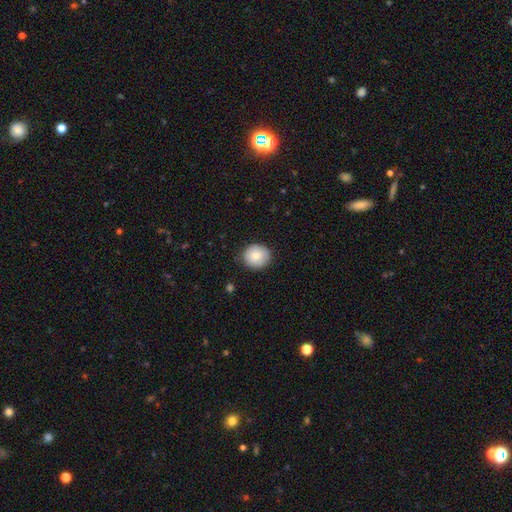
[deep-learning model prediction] Smooth or featured? Predicted: smooth (p=0.79). How rounded? Predicted: round (p=0.87). Merging? Predicted: none (p=0.86).